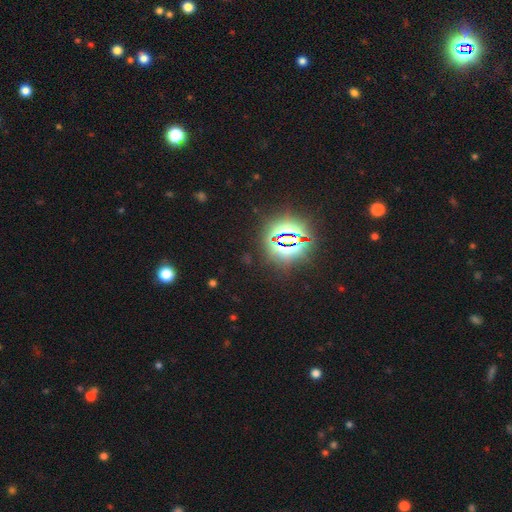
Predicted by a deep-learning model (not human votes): A star or artifact, not a galaxy (82%).